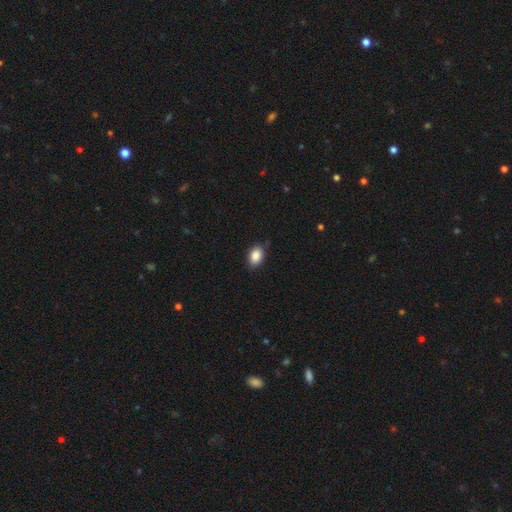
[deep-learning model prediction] Overall: smooth (88%). How rounded: in between (84%). Merging: none (82%).